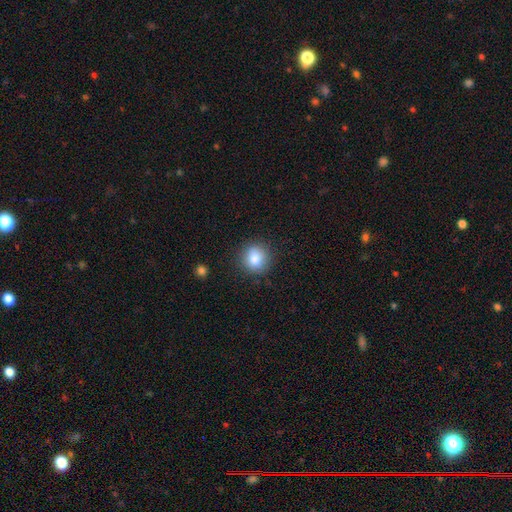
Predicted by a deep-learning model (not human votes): A smooth galaxy with no disk features (82%) that is round (85%).

Vote fractions:
- Smooth or featured? smooth: 82% / star or artifact: 10% / featured or disk: 8%
- How rounded? round: 85% / in between: 14% / cigar-shaped: 1%
- Merging? none: 86% / minor disturbance: 10% / major disturbance: 3% / merger: 1%